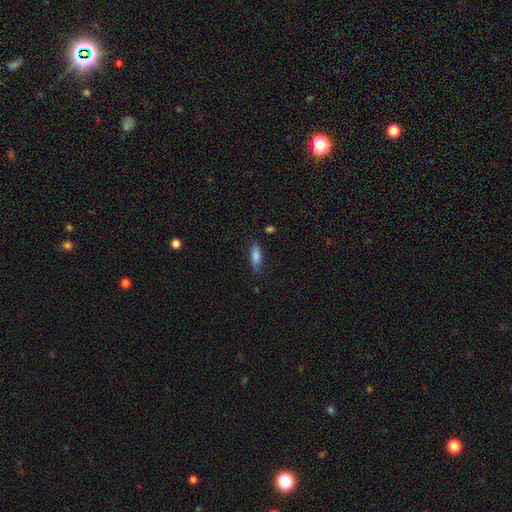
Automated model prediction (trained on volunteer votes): This appears to be a smooth galaxy with no disk features (80%) that is in between round and cigar-shaped (61%). Merging: none (74%).